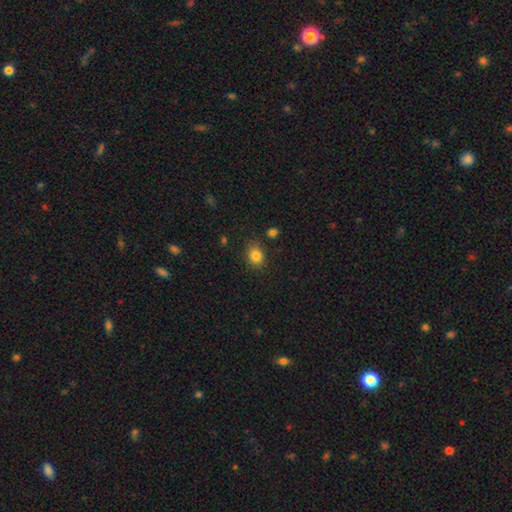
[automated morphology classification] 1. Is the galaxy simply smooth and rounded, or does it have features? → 84% smooth, 10% star or artifact, 6% featured or disk.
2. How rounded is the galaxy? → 51% in between, 48% round, 1% cigar-shaped.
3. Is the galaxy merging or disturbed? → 82% none, 12% minor disturbance, 3% major disturbance, 3% merger.